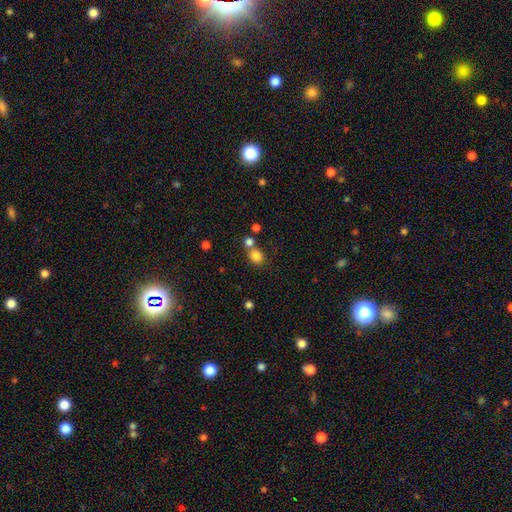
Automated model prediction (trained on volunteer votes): The model was most divided on "merging": none: 58%, merger: 28%, minor disturbance: 9%, major disturbance: 4%. More confident: smooth or featured — smooth (82%); how rounded — round (79%).